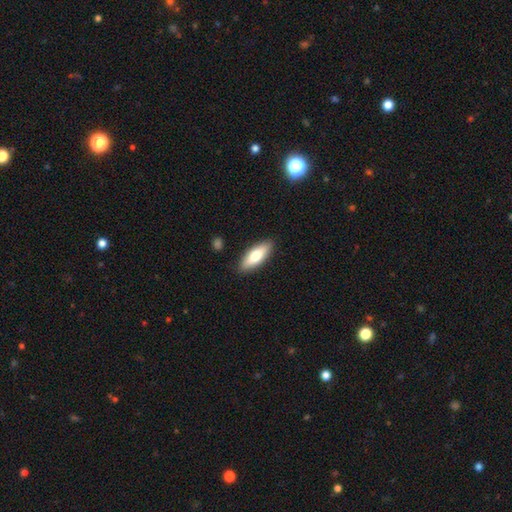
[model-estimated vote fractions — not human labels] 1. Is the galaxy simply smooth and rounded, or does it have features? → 69% smooth, 25% featured or disk, 6% star or artifact.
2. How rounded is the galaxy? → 66% in between, 32% cigar-shaped, 2% round.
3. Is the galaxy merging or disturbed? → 88% none, 9% minor disturbance, 2% major disturbance, 1% merger.